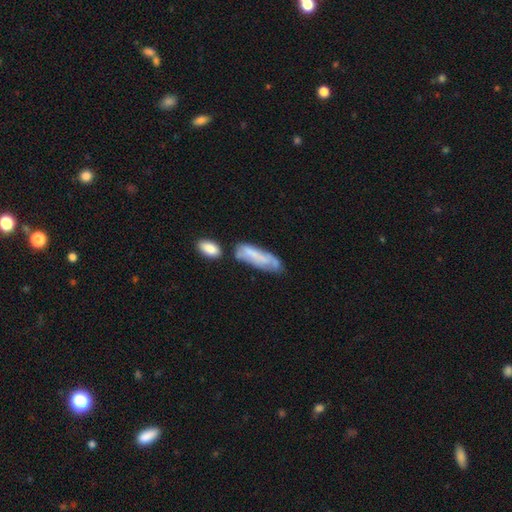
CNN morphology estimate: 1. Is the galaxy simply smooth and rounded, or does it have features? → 56% smooth, 36% featured or disk, 8% star or artifact.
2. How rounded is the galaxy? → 49% in between (tied), 49% cigar-shaped (tied), 2% round.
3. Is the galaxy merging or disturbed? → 39% none, 27% minor disturbance, 20% merger, 14% major disturbance.